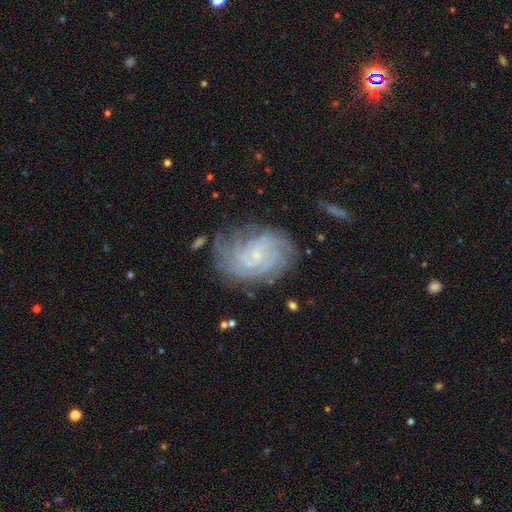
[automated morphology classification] Smooth or featured? featured or disk (86%)
Edge-on disk? no (97%)
Bar? no (64%)
Spiral arms? yes (97%)
Spiral winding? tight (74%)
Spiral arm count? can't tell (26%)
Bulge size? small (82%)
Merging? none (72%)